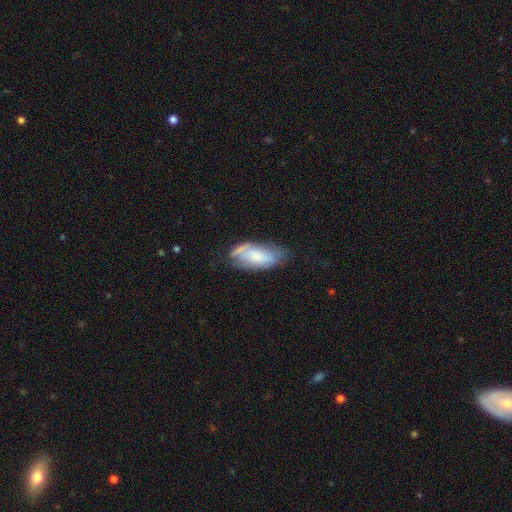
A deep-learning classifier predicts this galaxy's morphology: smooth_or_featured: smooth (p=0.54) [alt: featured or disk p=0.38]
how_rounded: in between (p=0.87) [alt: cigar-shaped p=0.10]
merging: none (p=0.47) [alt: minor disturbance p=0.33]